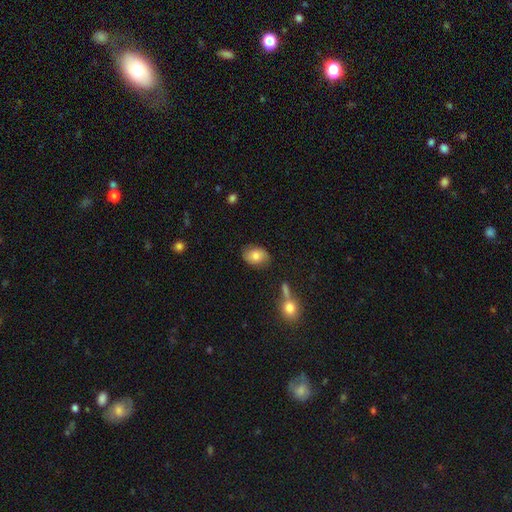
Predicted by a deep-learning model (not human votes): smooth_or_featured: smooth (p=0.74) [alt: featured or disk p=0.18]
how_rounded: in between (p=0.77) [alt: round p=0.22]
merging: none (p=0.77) [alt: minor disturbance p=0.17]